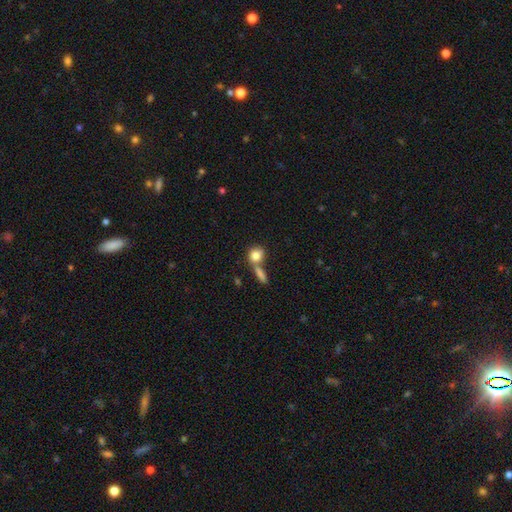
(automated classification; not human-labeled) Q: Smooth or featured?
A: smooth (82%); runner-up: featured or disk (9%)
Q: How rounded?
A: round (69%); runner-up: in between (27%)
Q: Merging?
A: none (45%); runner-up: merger (38%)